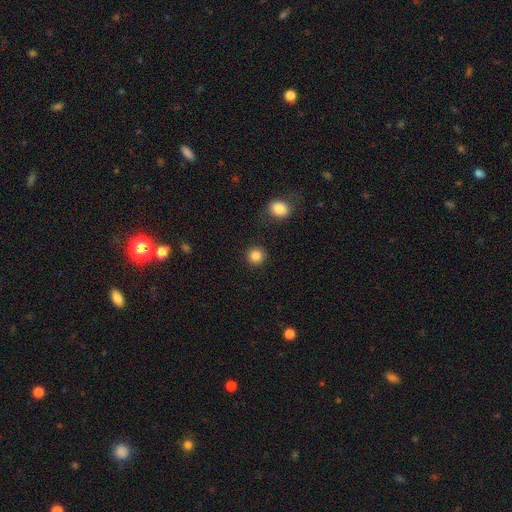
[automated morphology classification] Q: Smooth or featured?
A: smooth (85%); runner-up: star or artifact (11%)
Q: How rounded?
A: round (94%); runner-up: in between (5%)
Q: Merging?
A: none (90%); runner-up: minor disturbance (6%)